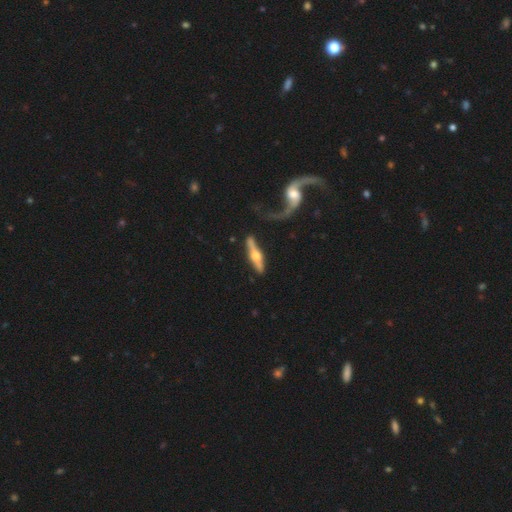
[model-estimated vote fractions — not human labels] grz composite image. It shows a featured or disk galaxy (74%) viewed edge-on (92%) with a rounded central bulge (95%). Merging: none (68%).